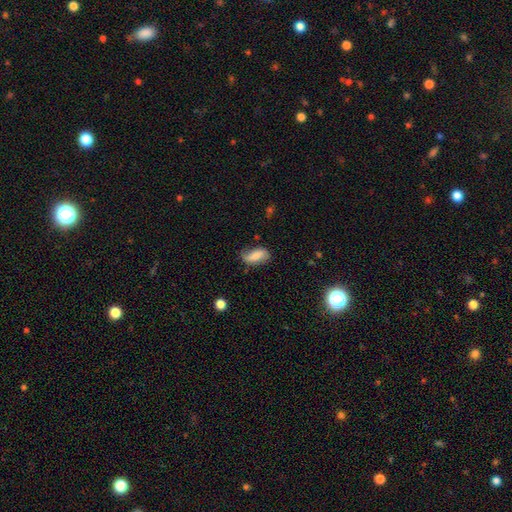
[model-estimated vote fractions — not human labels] Smooth or featured? Predicted: smooth (p=0.64). How rounded? Predicted: in between (p=0.88). Merging? Predicted: none (p=0.60).